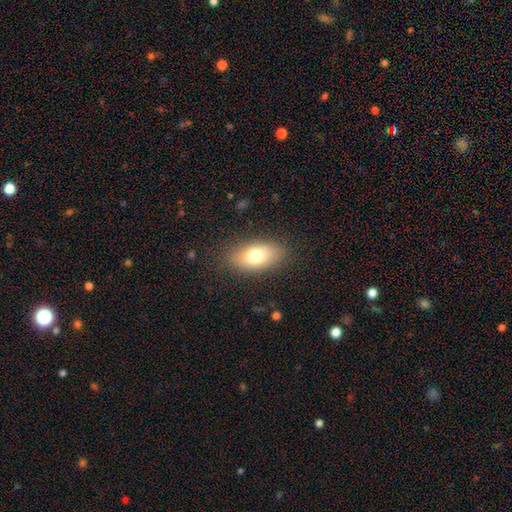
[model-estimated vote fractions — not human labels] smooth 75%, featured or disk 16%, star or artifact 9%. Down the decision tree: how rounded — in between (88%); merging — none (84%).